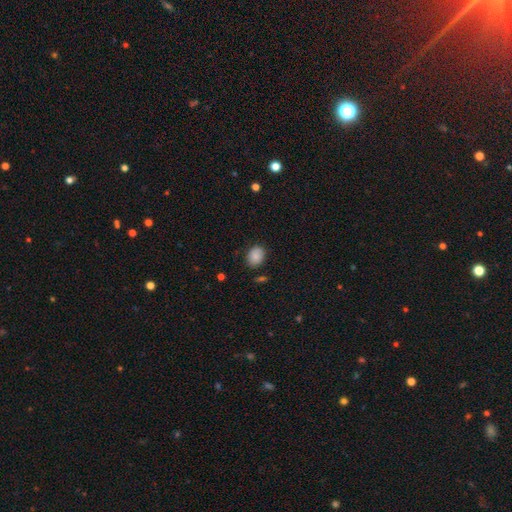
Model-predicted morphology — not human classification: The model was most divided on "how rounded": in between: 59%, round: 40%, cigar-shaped: 1%. More confident: smooth or featured — smooth (87%); merging — none (80%).